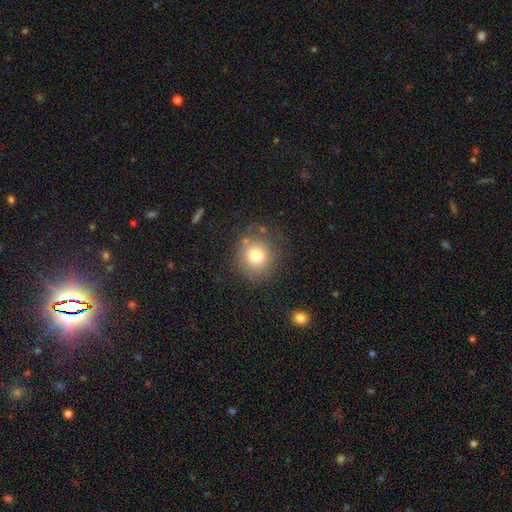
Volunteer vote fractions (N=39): Smooth or featured: smooth — 77% (featured or disk — 15%)
How rounded: round — 93% (in between — 7%)
Merging: none — 69% (merger — 14%)